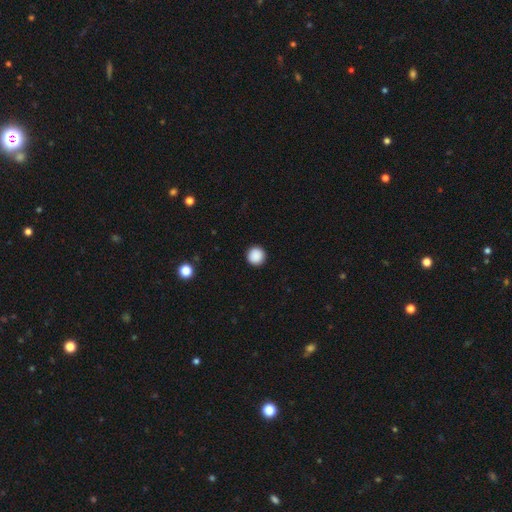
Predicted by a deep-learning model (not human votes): A smooth galaxy with no disk features (89%) that is round (96%).

Vote fractions:
- Smooth or featured? smooth: 89% / star or artifact: 9% / featured or disk: 2%
- How rounded? round: 96% / in between: 3% / cigar-shaped: 1%
- Merging? none: 93% / minor disturbance: 5% / major disturbance: 2% / merger: 1%